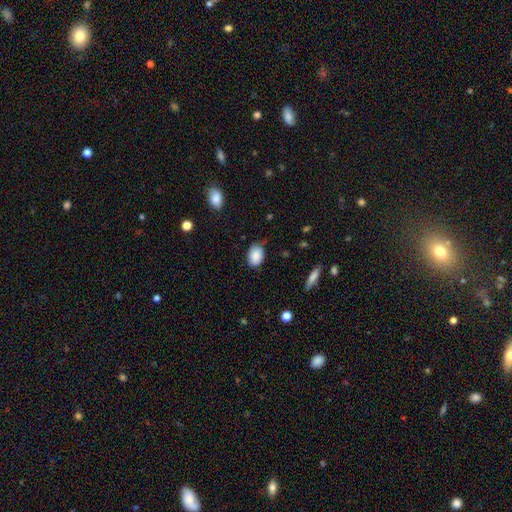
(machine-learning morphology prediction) Smooth or featured?
  - smooth: 86% *
  - star or artifact: 8%
  - featured or disk: 7%
How rounded?
  - in between: 78% *
  - round: 21%
  - cigar-shaped: 1%
Merging?
  - none: 72% *
  - minor disturbance: 23%
  - major disturbance: 4%
  - merger: 1%